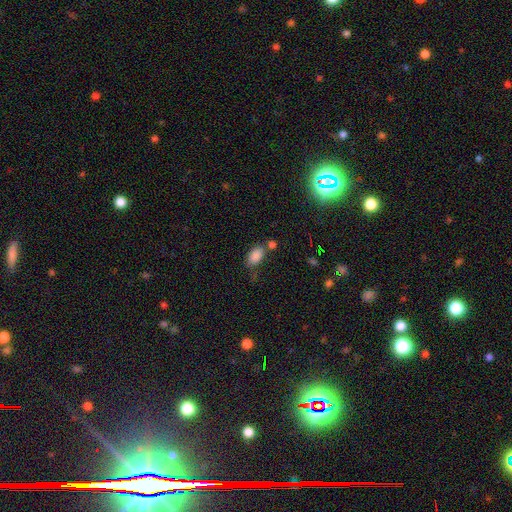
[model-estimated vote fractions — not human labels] This appears to be a smooth galaxy with no disk features (85%) that is in between round and cigar-shaped (91%). Merging: none (59%).